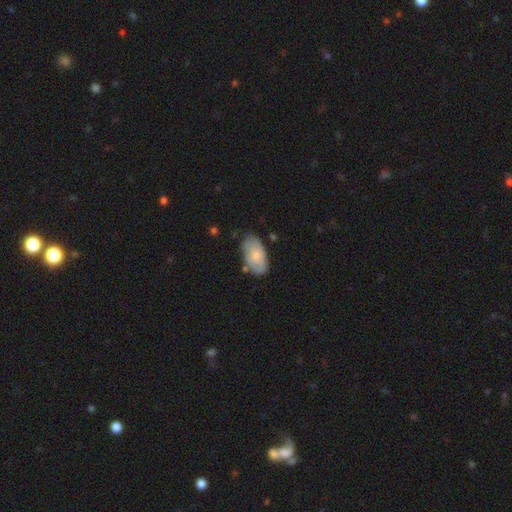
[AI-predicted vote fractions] smooth-or-featured: smooth: 67% | featured or disk: 27% | star or artifact: 6%
  how-rounded: in between: 94% | round: 4% | cigar-shaped: 2%
  merging: none: 67% | minor disturbance: 24% | major disturbance: 5% | merger: 4%